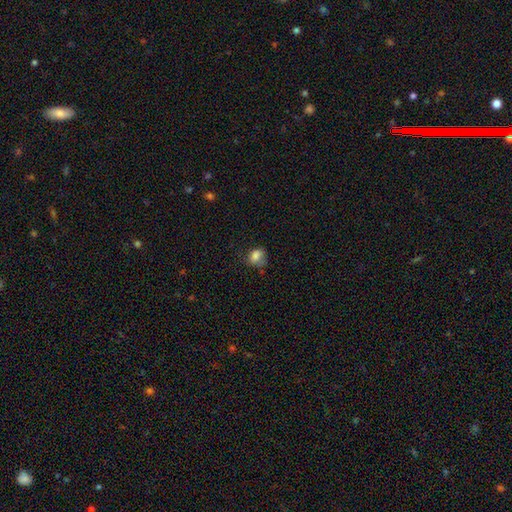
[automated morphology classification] This appears to be a smooth galaxy with no disk features (81%) that is in between round and cigar-shaped (57%). Merging: none (49%).